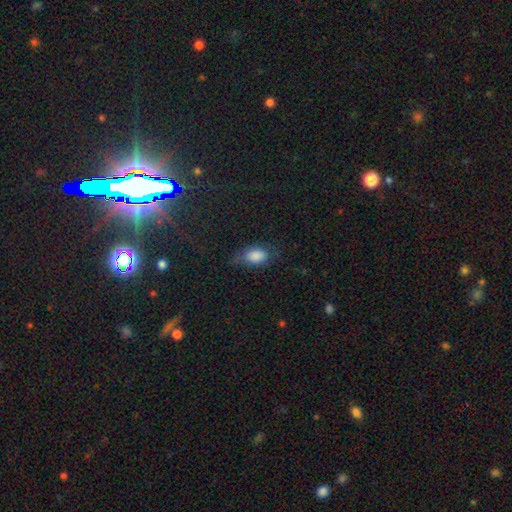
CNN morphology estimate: A smooth galaxy with no disk features (82%) that is in between round and cigar-shaped (88%). Merging: none (59%).